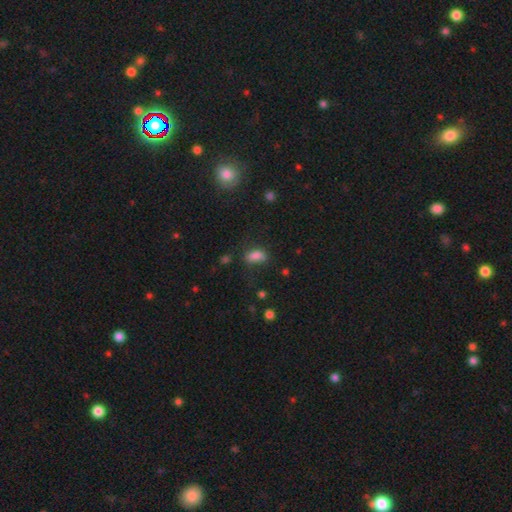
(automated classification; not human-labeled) Smooth or featured? smooth (80%)
How rounded? in between (87%)
Merging? none (59%)